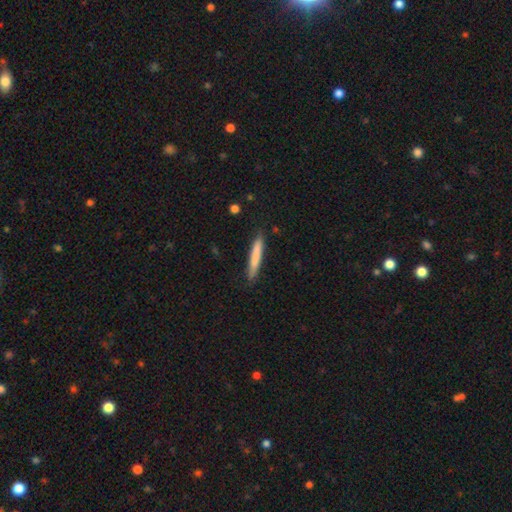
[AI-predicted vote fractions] A smooth galaxy with no disk features (77%) that is cigar-shaped (95%).

Vote fractions:
- Smooth or featured? smooth: 77% / featured or disk: 17% / star or artifact: 6%
- How rounded? cigar-shaped: 95% / in between: 4% / round: 1%
- Merging? none: 86% / minor disturbance: 10% / major disturbance: 2% / merger: 1%